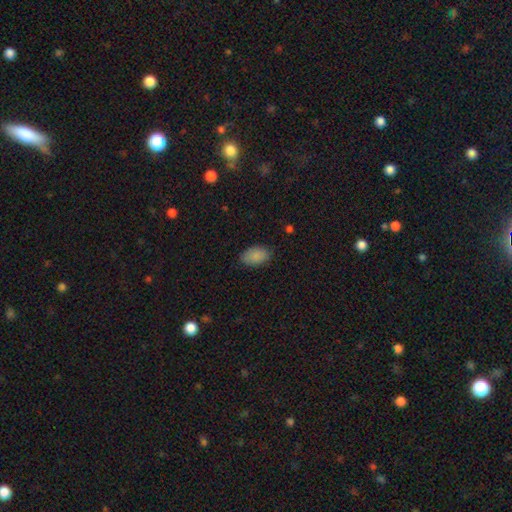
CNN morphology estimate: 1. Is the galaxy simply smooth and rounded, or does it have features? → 88% smooth, 8% star or artifact, 5% featured or disk.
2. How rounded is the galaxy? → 91% in between, 7% round, 1% cigar-shaped.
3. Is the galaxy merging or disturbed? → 82% none, 14% minor disturbance, 3% major disturbance, 1% merger.